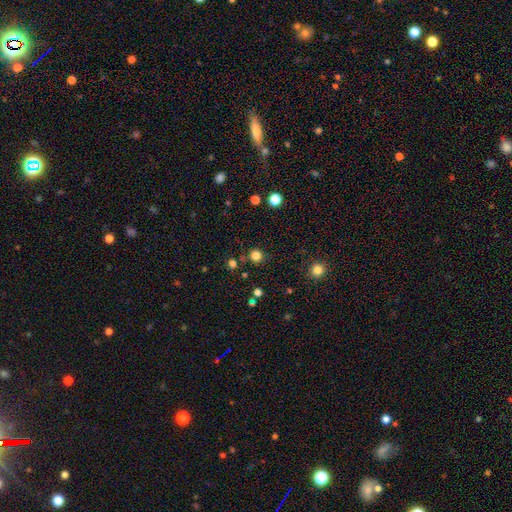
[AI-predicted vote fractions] A smooth galaxy with no disk features (80%) that is round (94%).

Vote fractions:
- Smooth or featured? smooth: 80% / star or artifact: 16% / featured or disk: 4%
- How rounded? round: 94% / in between: 5% / cigar-shaped: 1%
- Merging? none: 86% / minor disturbance: 7% / merger: 4% / major disturbance: 3%